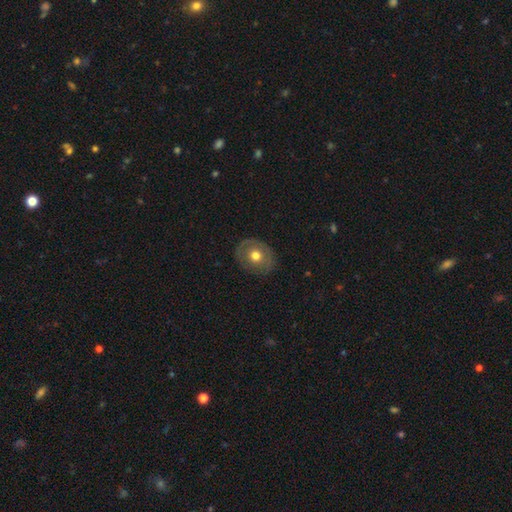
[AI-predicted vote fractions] The model was most divided on "smooth or featured": smooth: 55%, featured or disk: 38%, star or artifact: 8%. More confident: merging — none (82%); how rounded — round (58%).